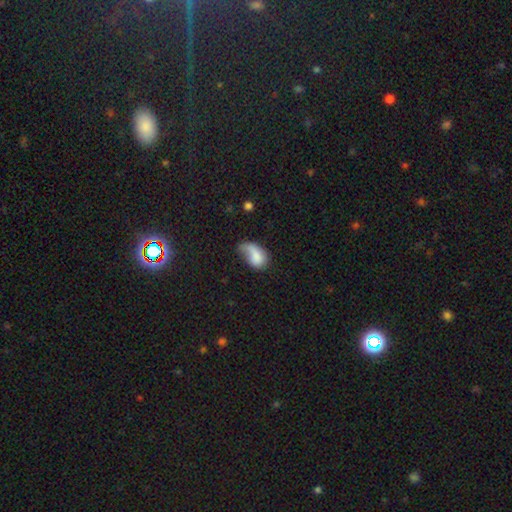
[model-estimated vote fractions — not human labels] Smooth or featured? Predicted: smooth (p=0.68). How rounded? Predicted: in between (p=0.85). Merging? Predicted: major disturbance (p=0.39).